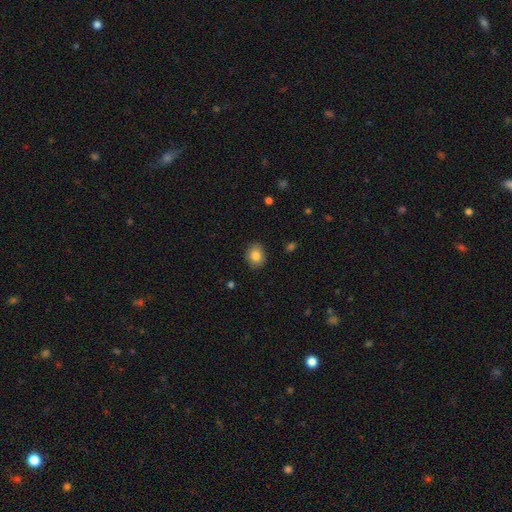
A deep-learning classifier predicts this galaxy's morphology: A smooth galaxy with no disk features (84%) that is round (51%). Merging: none (87%).